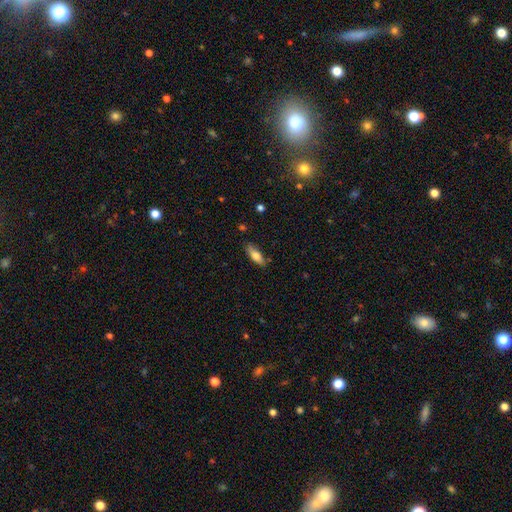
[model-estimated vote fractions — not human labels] Smooth or featured?
  - smooth: 73% *
  - featured or disk: 20%
  - star or artifact: 7%
How rounded?
  - in between: 60% *
  - cigar-shaped: 38%
  - round: 2%
Merging?
  - none: 80% *
  - minor disturbance: 15%
  - major disturbance: 3%
  - merger: 2%